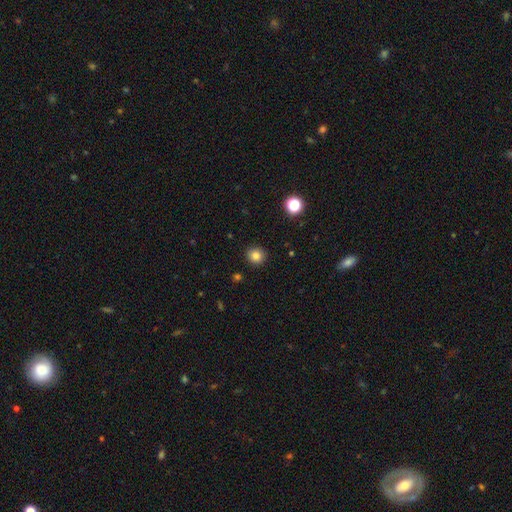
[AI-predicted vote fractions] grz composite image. It shows a smooth galaxy with no disk features (83%) that is round (89%). Merging: none (91%).